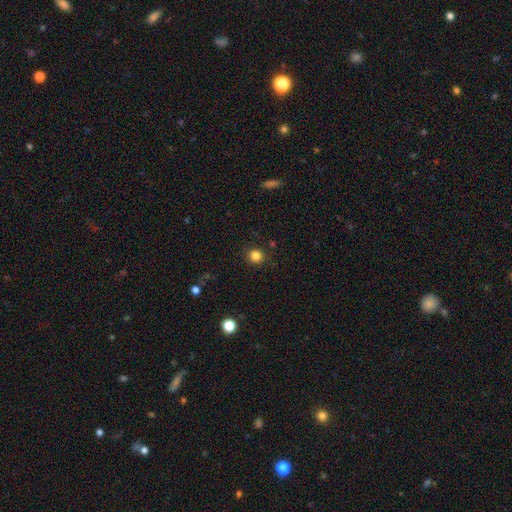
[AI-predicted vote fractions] smooth-or-featured: smooth: 83% | star or artifact: 12% | featured or disk: 4%
  how-rounded: round: 89% | in between: 10% | cigar-shaped: 1%
  merging: none: 89% | minor disturbance: 7% | major disturbance: 2% | merger: 1%